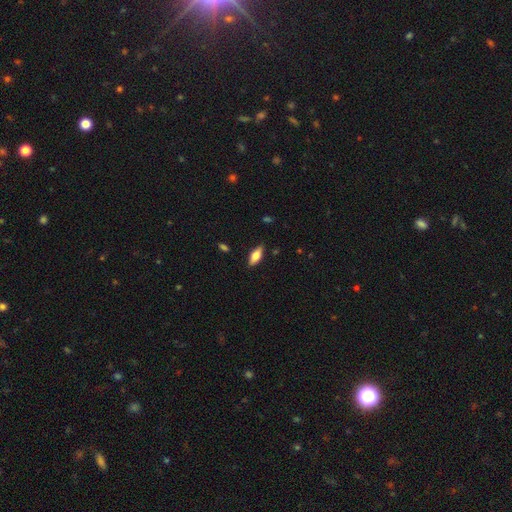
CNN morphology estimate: Smooth or featured? smooth (66%)
How rounded? in between (79%)
Merging? none (85%)